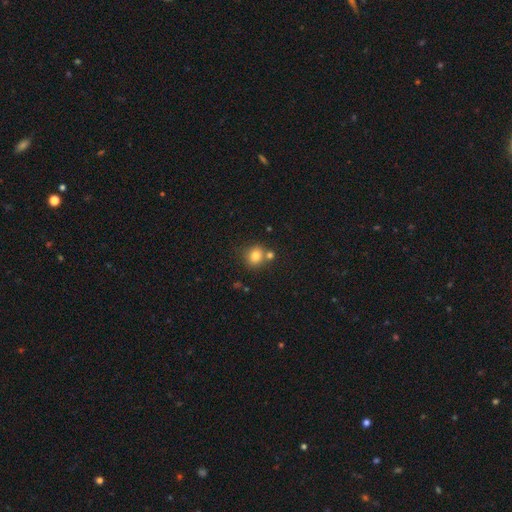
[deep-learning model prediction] Overall: smooth (79%). How rounded: round (82%). Merging: none (63%).